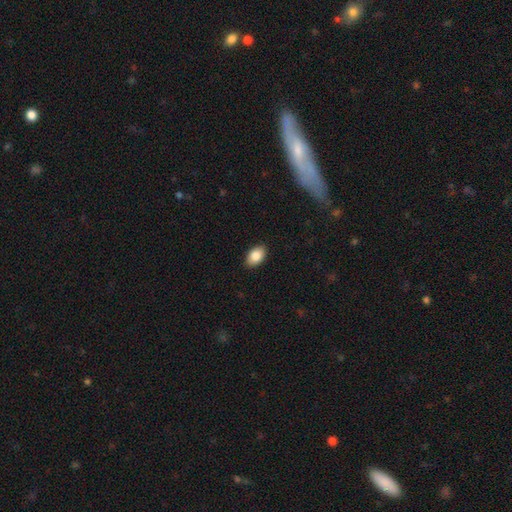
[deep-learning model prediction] Q: Smooth or featured?
A: smooth (86%); runner-up: star or artifact (7%)
Q: How rounded?
A: in between (90%); runner-up: round (8%)
Q: Merging?
A: none (89%); runner-up: minor disturbance (8%)